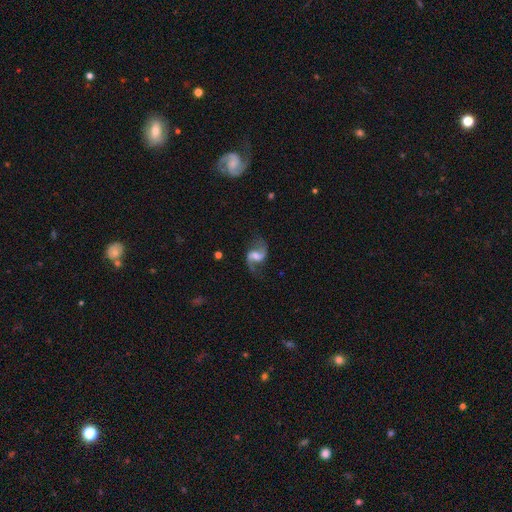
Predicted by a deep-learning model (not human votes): A featured or disk galaxy (85%) with a weak bar (52%), 2 (92%) loose (71%) spiral arms (96%) and a moderate central bulge (35%). Merging: none (74%).